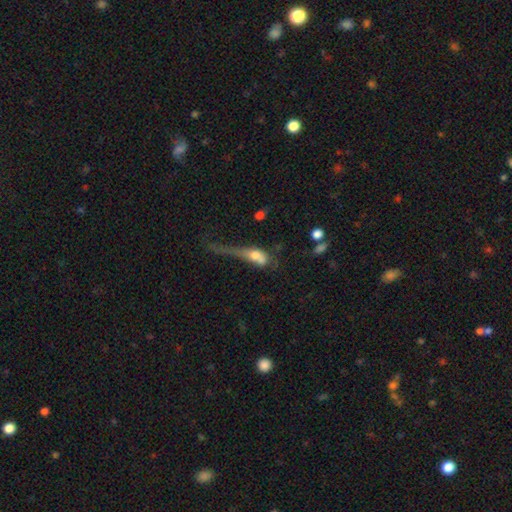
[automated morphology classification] Smooth or featured? Predicted: smooth (p=0.55). How rounded? Predicted: in between (p=0.56). Merging? Predicted: major disturbance (p=0.51).